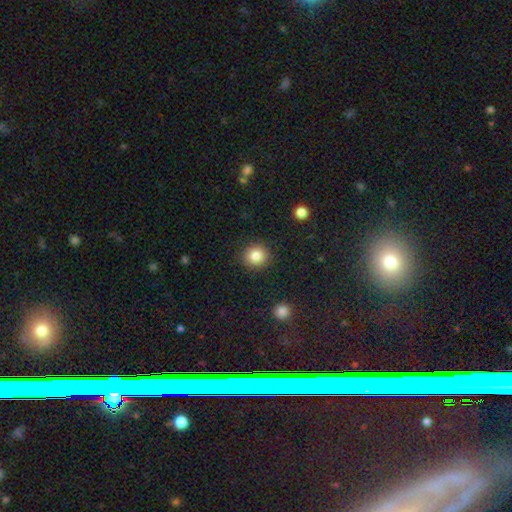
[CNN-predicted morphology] smooth-or-featured: smooth: 85% | star or artifact: 10% | featured or disk: 6%
  how-rounded: round: 89% | in between: 10% | cigar-shaped: 1%
  merging: none: 90% | minor disturbance: 7% | major disturbance: 2% | merger: 1%